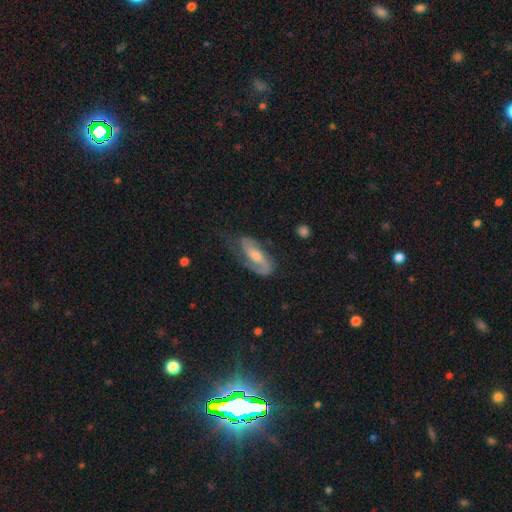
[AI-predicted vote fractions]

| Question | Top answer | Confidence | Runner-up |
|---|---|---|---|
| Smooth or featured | featured or disk | 76% | smooth (18%) |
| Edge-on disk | no | 91% | yes (9%) |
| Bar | no | 39% | weak (38%) |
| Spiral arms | yes | 92% | no (8%) |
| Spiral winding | medium | 44% | tight (33%) |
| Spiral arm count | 2 | 67% | 1 (21%) |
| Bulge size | moderate | 53% | small (36%) |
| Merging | none | 58% | minor disturbance (24%) |